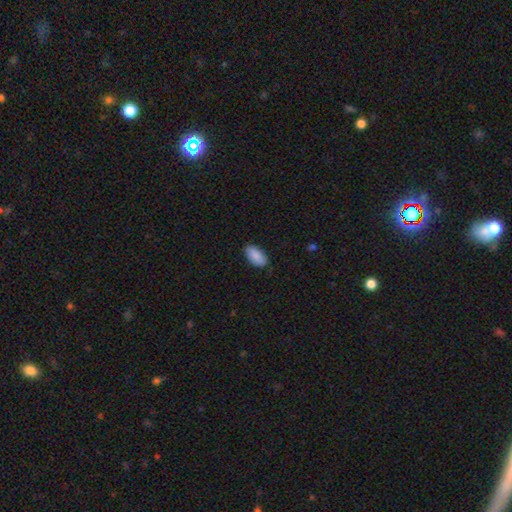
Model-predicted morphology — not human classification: The model was most divided on "merging": none: 84%, minor disturbance: 12%, major disturbance: 2%, merger: 1%. More confident: how rounded — in between (94%); smooth or featured — smooth (89%).